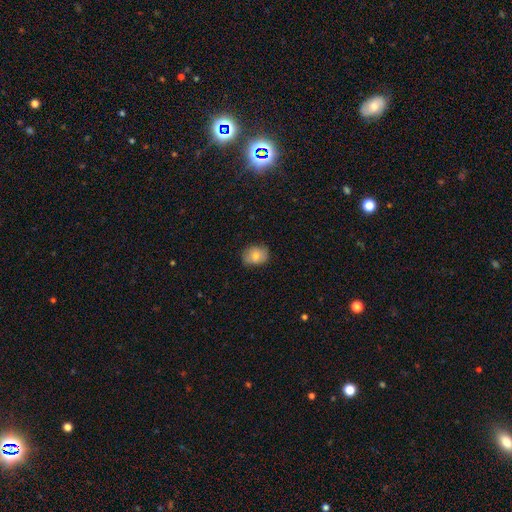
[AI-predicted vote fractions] smooth-or-featured: smooth: 77% | featured or disk: 14% | star or artifact: 9%
  how-rounded: round: 52% | in between: 47% | cigar-shaped: 1%
  merging: none: 77% | minor disturbance: 18% | major disturbance: 3% | merger: 1%